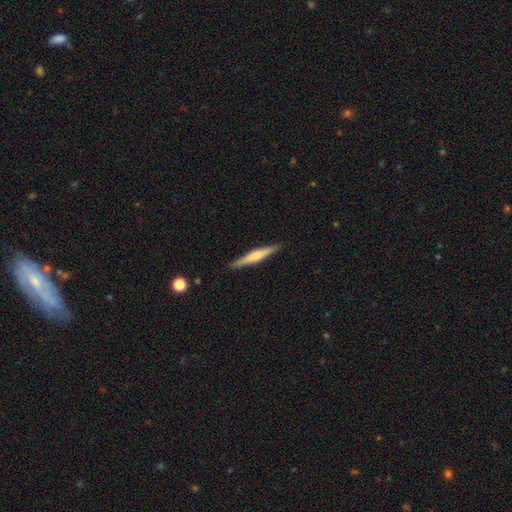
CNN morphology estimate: This appears to be a featured or disk galaxy (56%) viewed edge-on (98%) with a rounded central bulge (65%). Merging: none (91%).